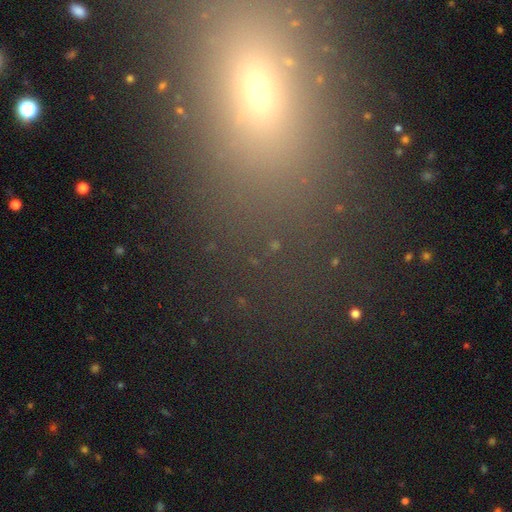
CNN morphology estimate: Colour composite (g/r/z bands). It shows a smooth galaxy with no disk features (43%, tied with star or artifact). Merging: none (76%).